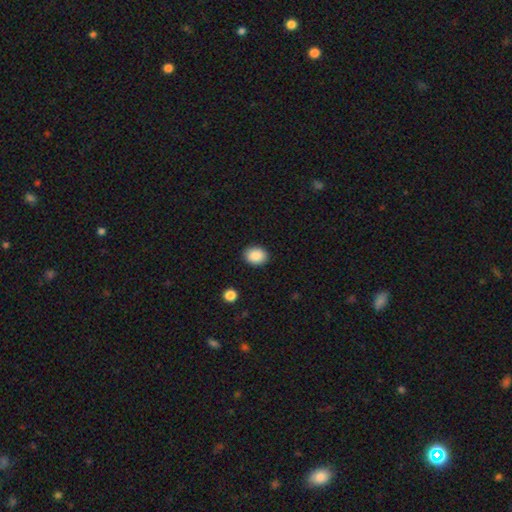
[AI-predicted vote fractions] Morphology: type=smooth (88%); roundness=in between (53%); merging=none (89%).